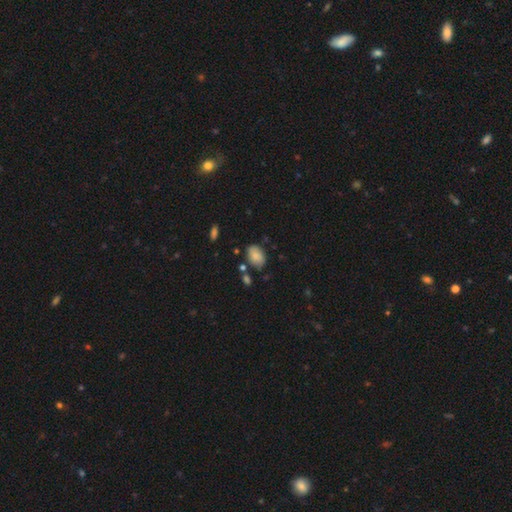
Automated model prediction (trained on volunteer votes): Q: Smooth or featured?
A: smooth (82%); runner-up: featured or disk (10%)
Q: How rounded?
A: in between (83%); runner-up: round (16%)
Q: Merging?
A: none (70%); runner-up: minor disturbance (20%)